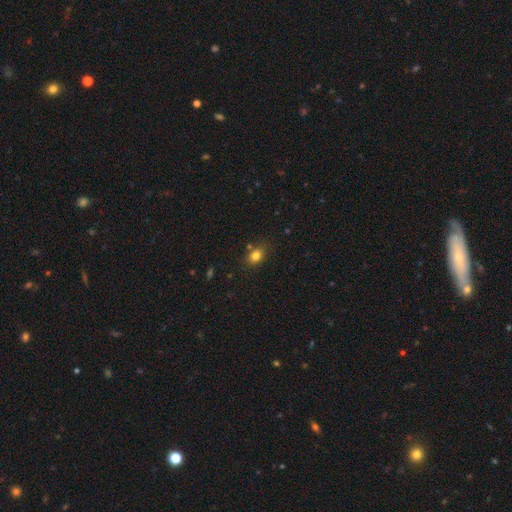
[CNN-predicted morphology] Smooth or featured?
  - smooth: 81% *
  - star or artifact: 12%
  - featured or disk: 7%
How rounded?
  - in between: 61% *
  - round: 38%
  - cigar-shaped: 1%
Merging?
  - none: 75% *
  - minor disturbance: 15%
  - merger: 6%
  - major disturbance: 4%